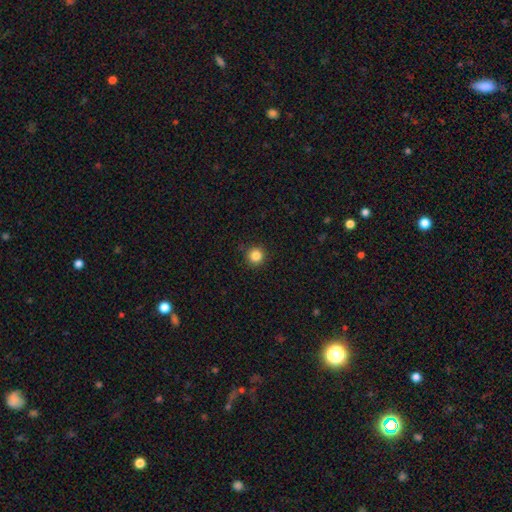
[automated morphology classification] Smooth or featured?
  - smooth: 85% *
  - star or artifact: 11%
  - featured or disk: 4%
How rounded?
  - round: 95% *
  - in between: 4%
  - cigar-shaped: 1%
Merging?
  - none: 91% *
  - minor disturbance: 6%
  - major disturbance: 2%
  - merger: 1%